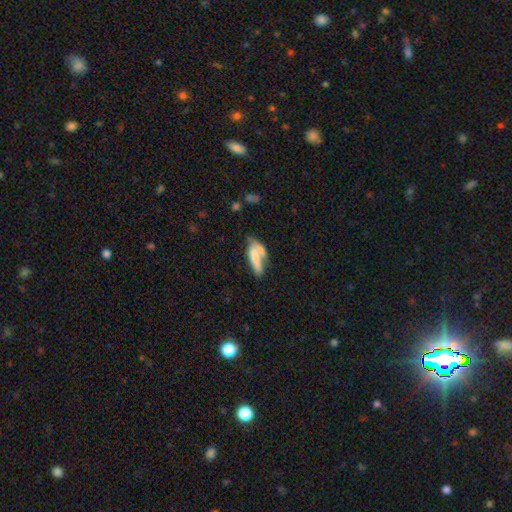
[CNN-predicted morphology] This is likely a smooth galaxy (67%). How rounded: possibly in between (53%). Merging: marginally merger (45%).